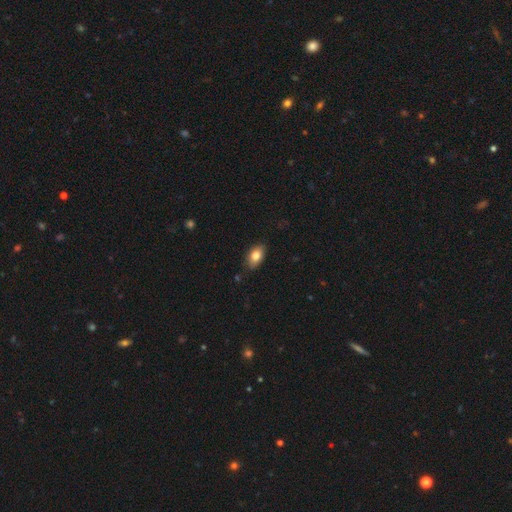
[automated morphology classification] Smooth or featured: smooth — 81% (featured or disk — 12%)
How rounded: in between — 89% (round — 8%)
Merging: none — 83% (minor disturbance — 14%)